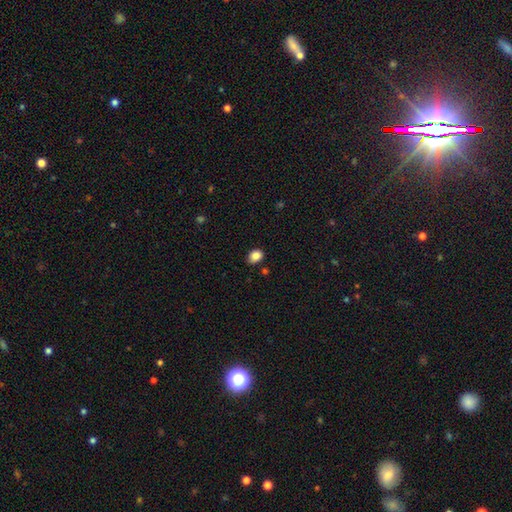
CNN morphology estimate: Q: Smooth or featured?
A: smooth (85%); runner-up: star or artifact (9%)
Q: How rounded?
A: in between (66%); runner-up: round (33%)
Q: Merging?
A: none (80%); runner-up: minor disturbance (15%)